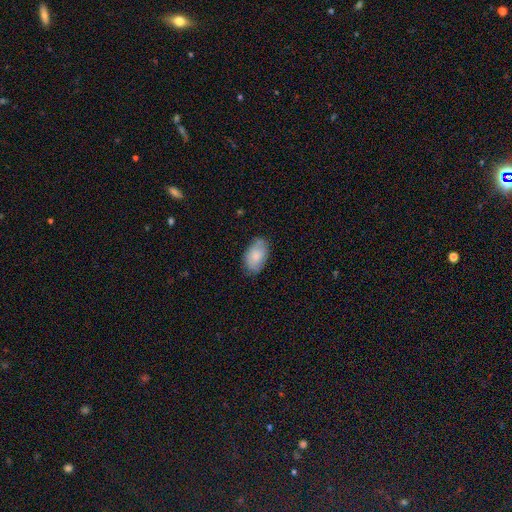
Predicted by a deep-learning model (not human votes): smooth_or_featured: smooth (p=0.79) [alt: featured or disk p=0.14]
how_rounded: in between (p=0.93) [alt: round p=0.06]
merging: none (p=0.72) [alt: minor disturbance p=0.22]